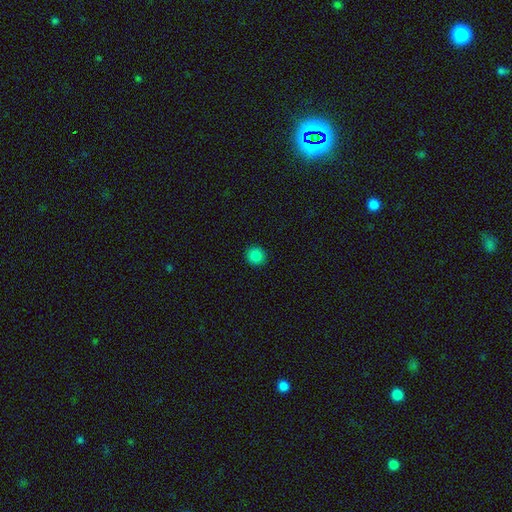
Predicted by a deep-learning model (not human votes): This is clearly a smooth galaxy (85%). How rounded: clearly round (92%). Merging: clearly none (92%).